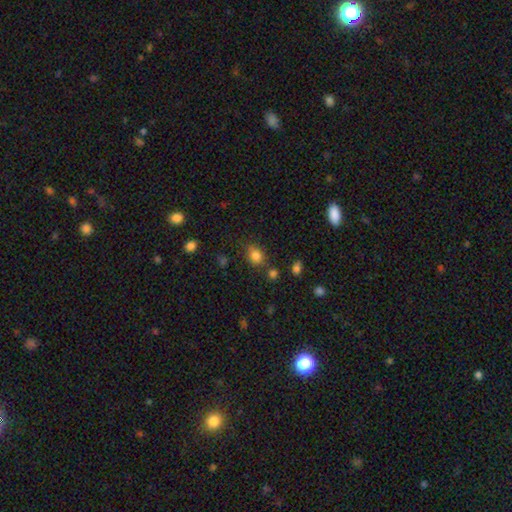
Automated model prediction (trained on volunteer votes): smooth 82%, star or artifact 12%, featured or disk 6%. Down the decision tree: how rounded — in between (54%); merging — none (70%).